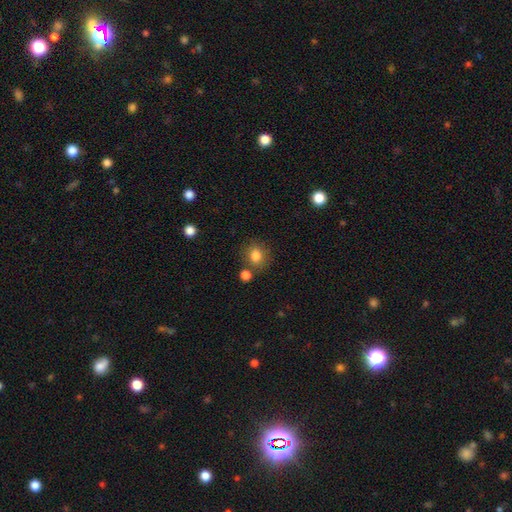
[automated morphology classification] This is clearly a smooth galaxy (83%). How rounded: likely round (69%). Merging: likely none (74%).